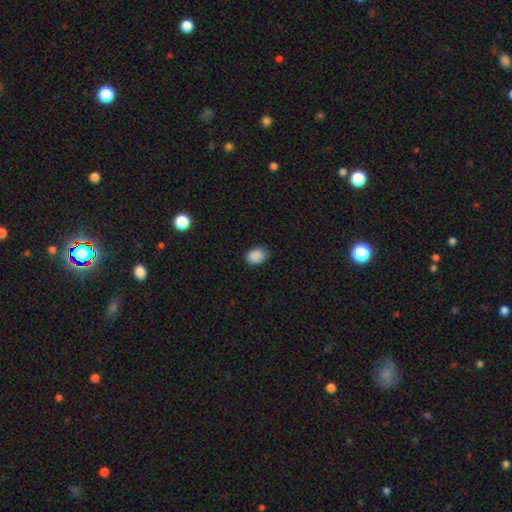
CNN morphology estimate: This appears to be a smooth galaxy with no disk features (88%) that is in between round and cigar-shaped (74%). Merging: none (76%).